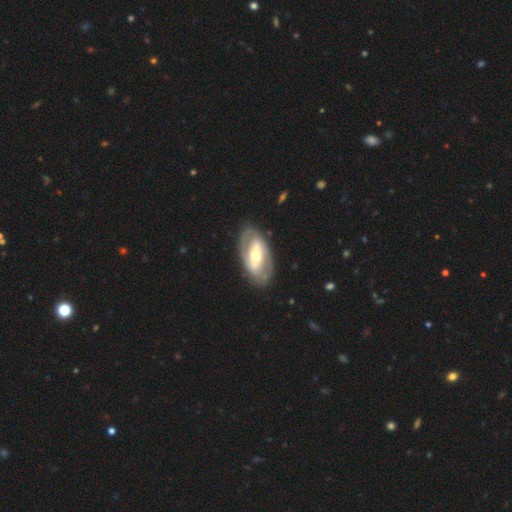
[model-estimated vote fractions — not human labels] smooth-or-featured: featured or disk: 76% | smooth: 20% | star or artifact: 4%
  disk-edge-on: no: 93% | yes: 7%
    bar: strong: 54% | weak: 30% | no: 16%
    has-spiral-arms: yes: 70% | no: 30%
    bulge-size: moderate: 63% | small: 22% | large: 13% | dominant: 1% | none: 1%
  merging: none: 80% | minor disturbance: 13% | major disturbance: 5% | merger: 2%